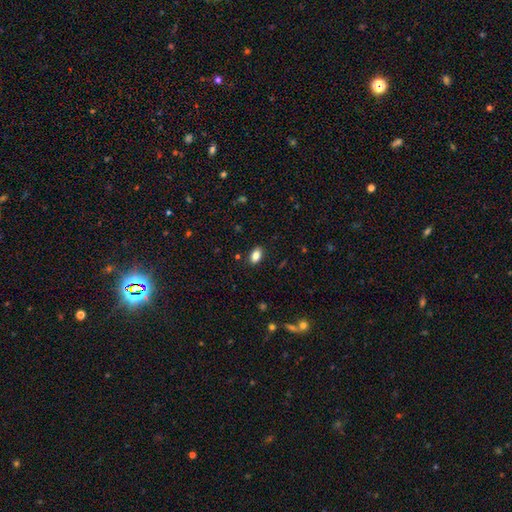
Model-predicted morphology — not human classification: Smooth or featured? smooth (85%)
How rounded? in between (89%)
Merging? none (88%)